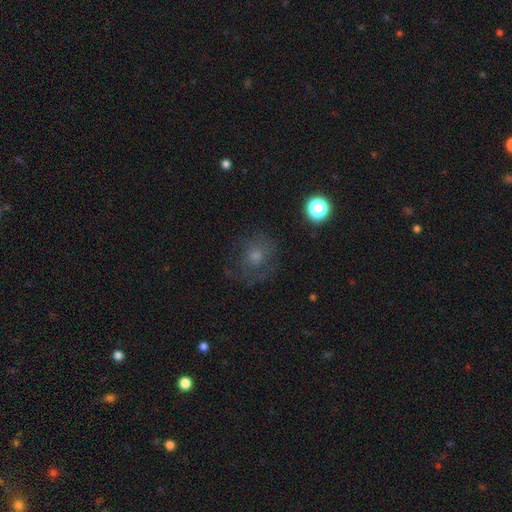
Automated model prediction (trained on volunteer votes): Smooth or featured? smooth (46%)
Merging? none (69%)